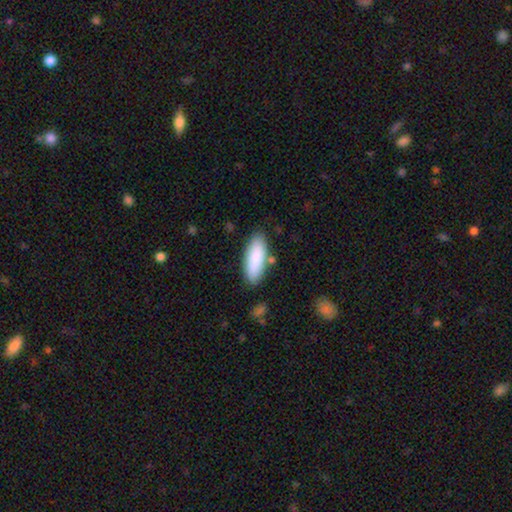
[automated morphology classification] Q: Smooth or featured?
A: smooth (87%); runner-up: featured or disk (7%)
Q: How rounded?
A: in between (70%); runner-up: cigar-shaped (28%)
Q: Merging?
A: none (80%); runner-up: minor disturbance (12%)